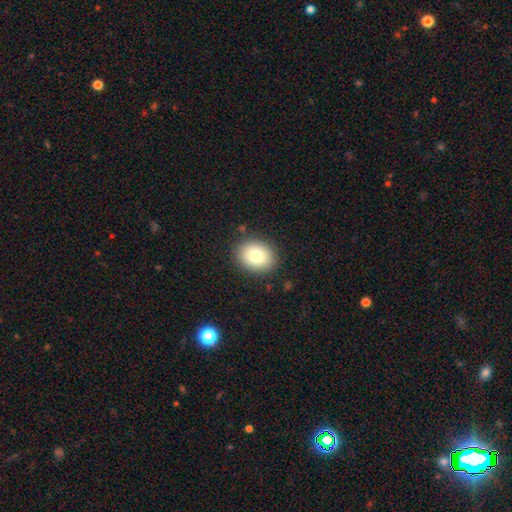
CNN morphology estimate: Q: Smooth or featured?
A: smooth (80%); runner-up: featured or disk (11%)
Q: How rounded?
A: round (53%); runner-up: in between (46%)
Q: Merging?
A: none (87%); runner-up: minor disturbance (9%)